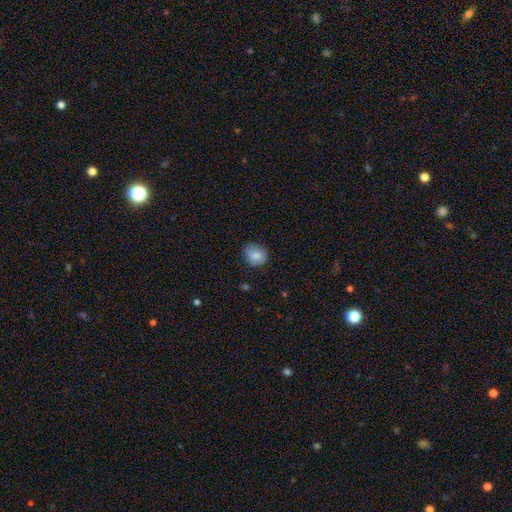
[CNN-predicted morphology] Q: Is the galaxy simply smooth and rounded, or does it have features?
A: smooth — 83%.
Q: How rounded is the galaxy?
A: round — 75%.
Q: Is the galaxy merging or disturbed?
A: none — 75%.